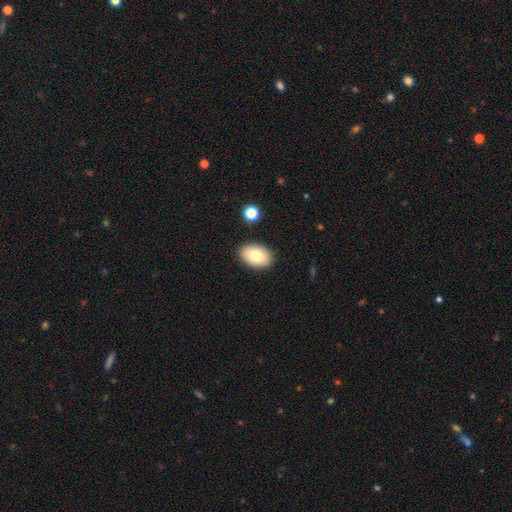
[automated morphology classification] smooth_or_featured: smooth (p=0.82) [alt: featured or disk p=0.11]
how_rounded: in between (p=0.90) [alt: round p=0.09]
merging: none (p=0.87) [alt: minor disturbance p=0.09]